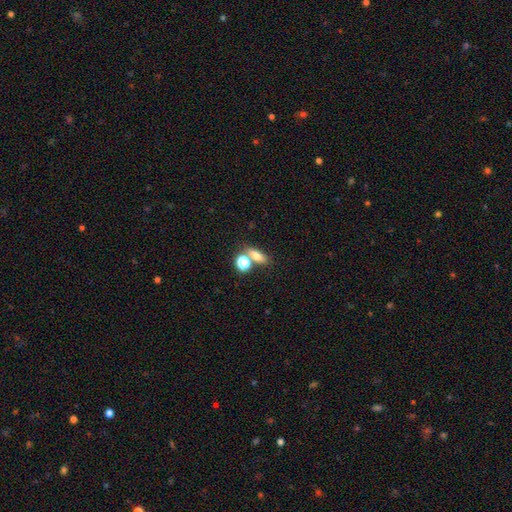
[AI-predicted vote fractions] Smooth or featured?
  - smooth: 72% *
  - star or artifact: 14%
  - featured or disk: 14%
How rounded?
  - in between: 63% *
  - round: 25%
  - cigar-shaped: 12%
Merging?
  - none: 55% *
  - merger: 30%
  - minor disturbance: 10%
  - major disturbance: 5%